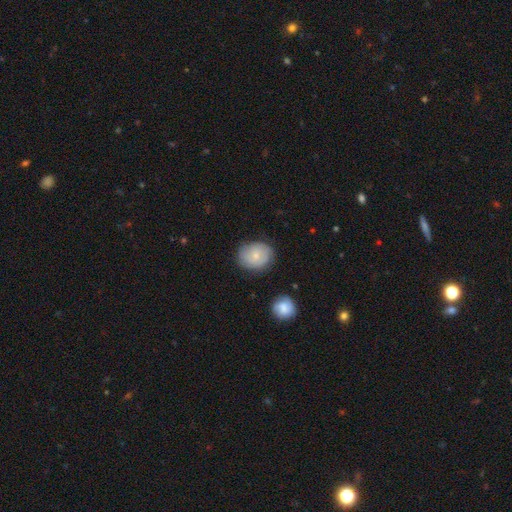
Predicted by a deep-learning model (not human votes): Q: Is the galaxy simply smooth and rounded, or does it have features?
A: smooth — 71%.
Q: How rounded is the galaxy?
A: round — 60%.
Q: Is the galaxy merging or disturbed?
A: none — 75%.